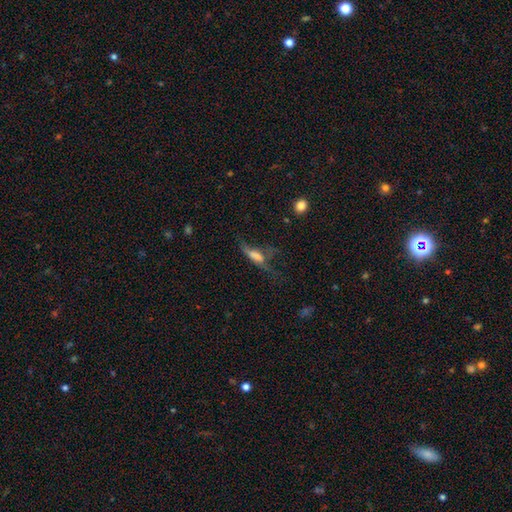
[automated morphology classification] Overall: featured or disk (44%; smooth 42%). Merging: major disturbance (43%; none 31%).